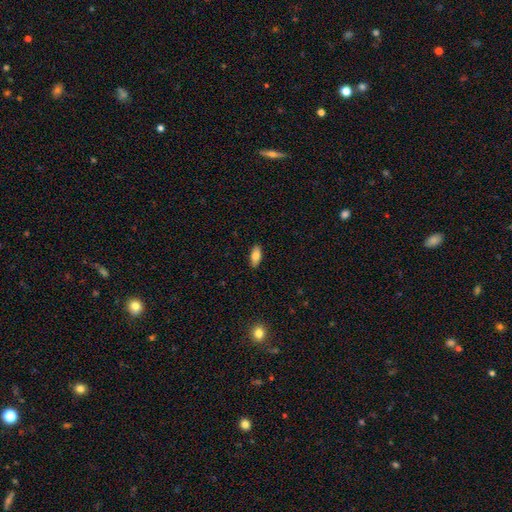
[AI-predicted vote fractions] smooth-or-featured: smooth: 81% | featured or disk: 12% | star or artifact: 7%
  how-rounded: in between: 87% | cigar-shaped: 11% | round: 3%
  merging: none: 89% | minor disturbance: 8% | major disturbance: 2% | merger: 1%